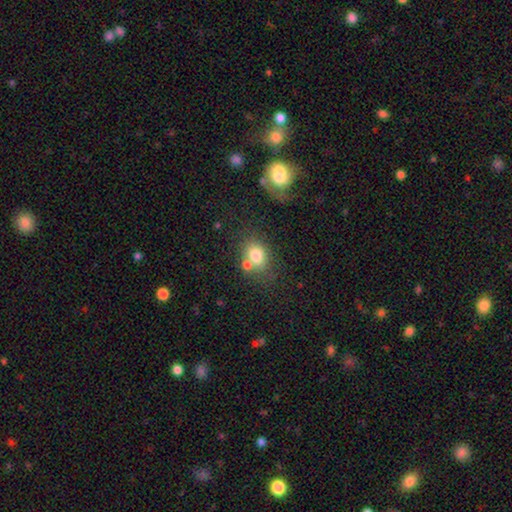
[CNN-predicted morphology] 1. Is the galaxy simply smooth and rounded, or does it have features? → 76% smooth, 13% featured or disk, 11% star or artifact.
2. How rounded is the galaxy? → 59% in between, 40% round, 1% cigar-shaped.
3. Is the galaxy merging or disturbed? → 52% none, 28% merger, 14% minor disturbance, 6% major disturbance.